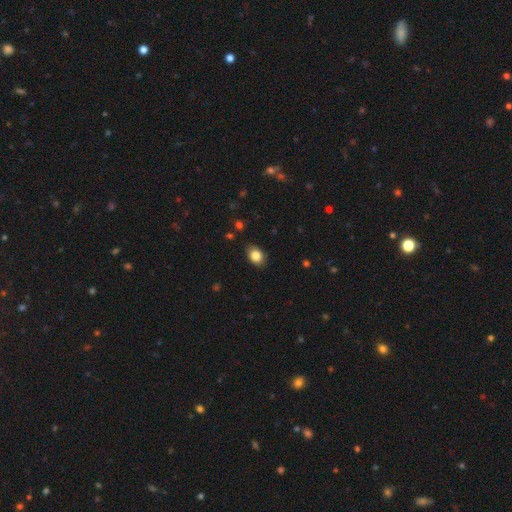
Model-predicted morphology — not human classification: This is clearly a smooth galaxy (84%). How rounded: likely in between (73%). Merging: clearly none (84%).